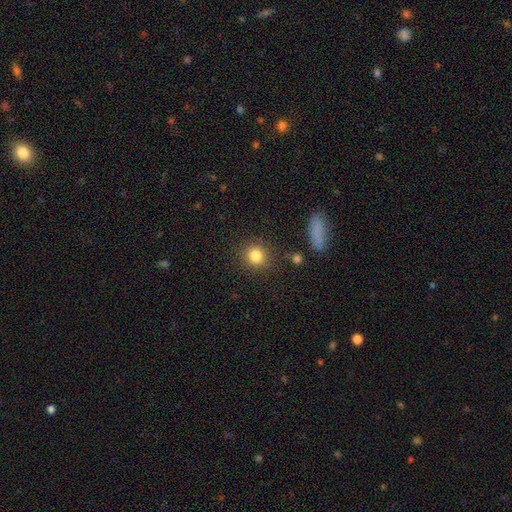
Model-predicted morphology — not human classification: smooth-or-featured: smooth: 83% | star or artifact: 11% | featured or disk: 6%
  how-rounded: round: 88% | in between: 11% | cigar-shaped: 1%
  merging: none: 86% | minor disturbance: 8% | major disturbance: 3% | merger: 3%